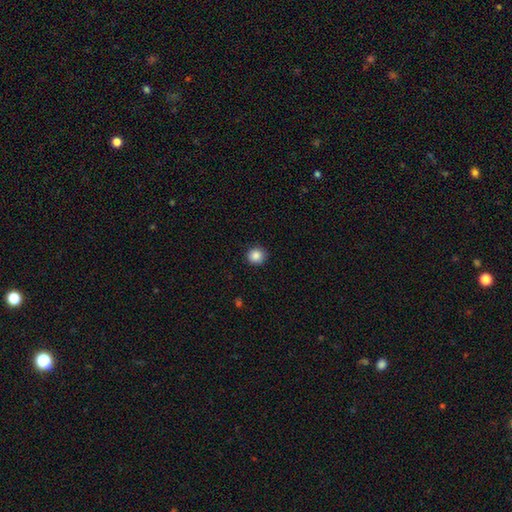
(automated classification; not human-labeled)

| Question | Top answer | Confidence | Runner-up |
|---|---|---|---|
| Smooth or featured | smooth | 87% | star or artifact (9%) |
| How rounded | round | 92% | in between (7%) |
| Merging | none | 91% | minor disturbance (6%) |